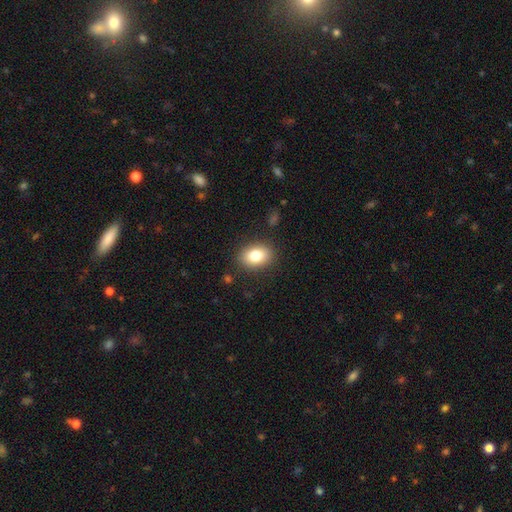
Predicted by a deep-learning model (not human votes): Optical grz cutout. It shows a smooth galaxy with no disk features (82%) that is in between round and cigar-shaped (76%). Merging: none (86%).